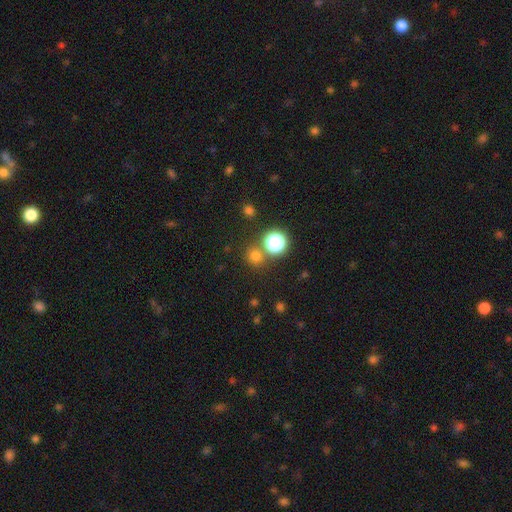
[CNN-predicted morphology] This is likely a smooth galaxy (69%). How rounded: clearly round (89%). Merging: likely none (76%).